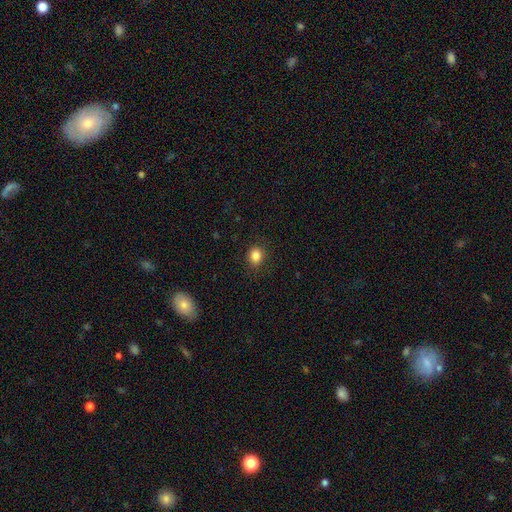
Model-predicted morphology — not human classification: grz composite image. It shows a smooth galaxy with no disk features (85%) that is round (72%). Merging: none (88%).